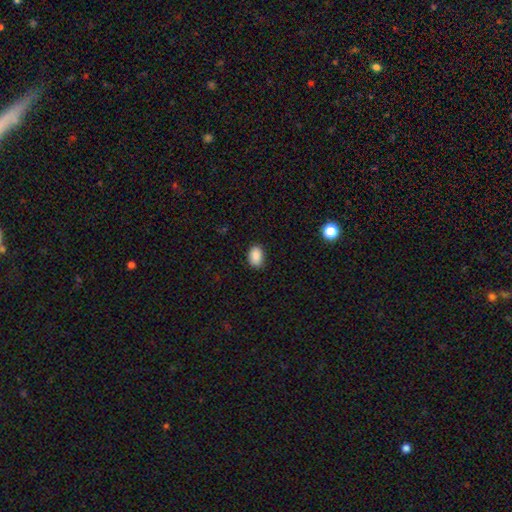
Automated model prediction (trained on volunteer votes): Smooth or featured? smooth (89%)
How rounded? in between (85%)
Merging? none (85%)